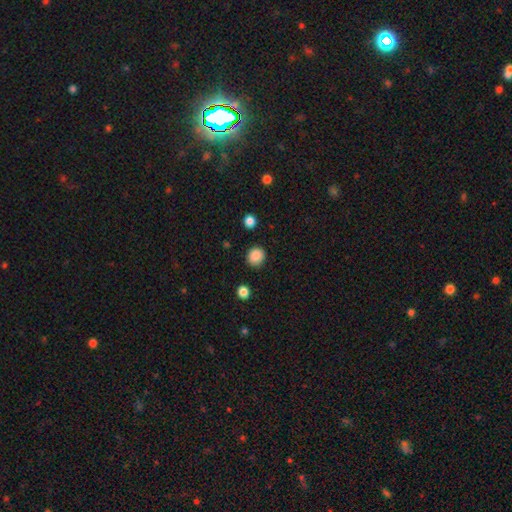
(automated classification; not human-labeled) This appears to be a smooth galaxy with no disk features (88%) that is round (80%). Merging: none (88%).